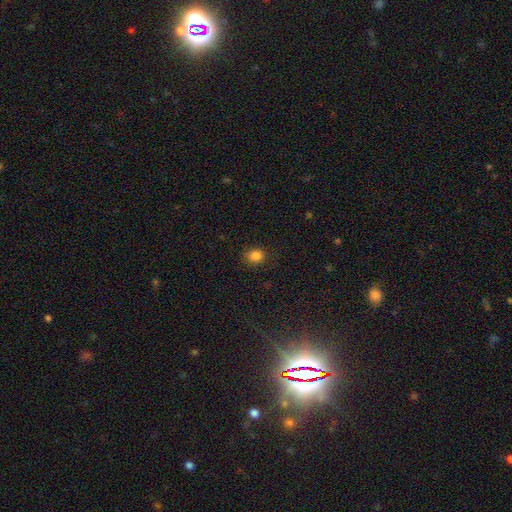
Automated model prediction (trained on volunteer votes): Smooth or featured? Predicted: smooth (p=0.84). How rounded? Predicted: round (p=0.56). Merging? Predicted: none (p=0.83).